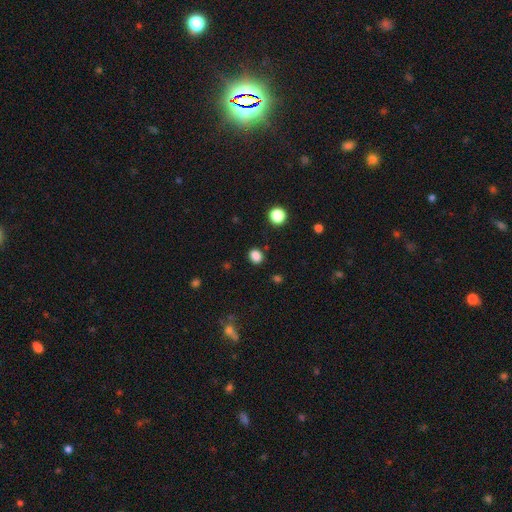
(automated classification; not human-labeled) smooth_or_featured: smooth (p=0.84) [alt: star or artifact p=0.13]
how_rounded: round (p=0.57) [alt: in between p=0.42]
merging: none (p=0.86) [alt: minor disturbance p=0.09]